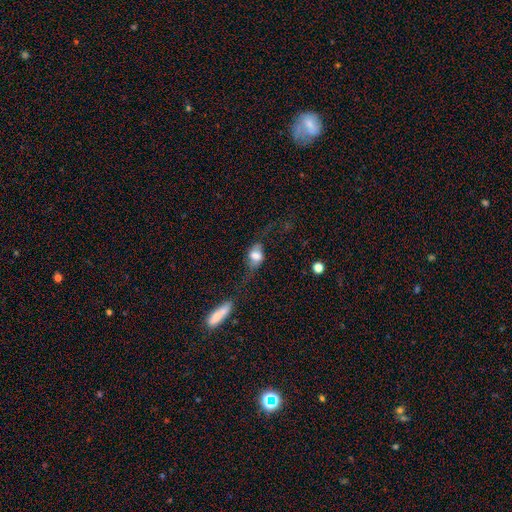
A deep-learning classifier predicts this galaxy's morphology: type=smooth (50%); roundness=in between (75%); merging=none (42%).